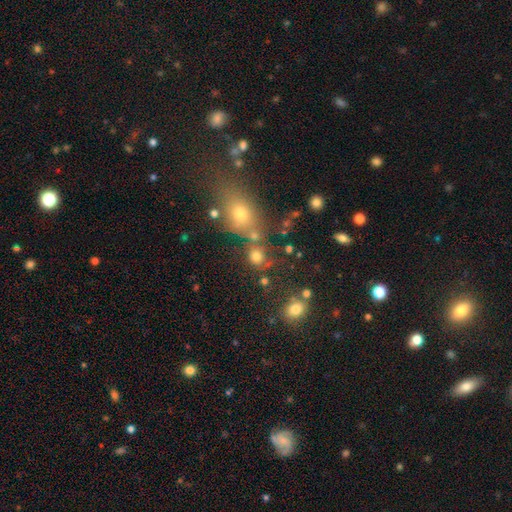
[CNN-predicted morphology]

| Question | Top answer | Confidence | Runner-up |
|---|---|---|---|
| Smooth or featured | smooth | 74% | star or artifact (17%) |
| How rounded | round | 73% | in between (25%) |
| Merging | none | 53% | merger (27%) |